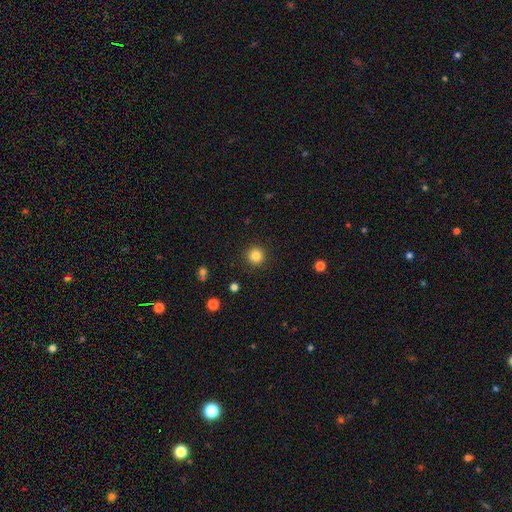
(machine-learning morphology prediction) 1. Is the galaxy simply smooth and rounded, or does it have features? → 84% smooth, 12% star or artifact, 4% featured or disk.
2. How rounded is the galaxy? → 95% round, 4% in between, 1% cigar-shaped.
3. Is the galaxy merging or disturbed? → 92% none, 5% minor disturbance, 2% major disturbance, 1% merger.